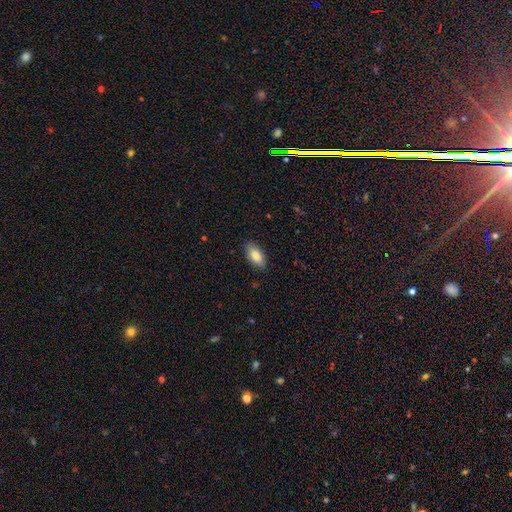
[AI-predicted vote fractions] Smooth or featured? smooth (83%)
How rounded? in between (90%)
Merging? none (87%)